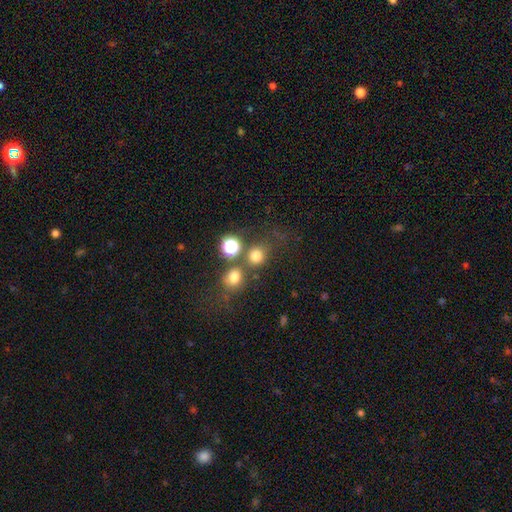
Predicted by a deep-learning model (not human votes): smooth 74%, star or artifact 19%, featured or disk 7%. Down the decision tree: how rounded — round (84%); merging — none (64%).